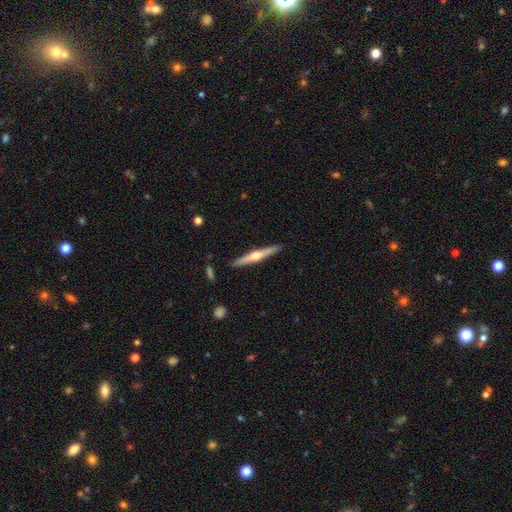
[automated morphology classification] Overall: featured or disk (67%; smooth 28%). Edge-on disk: yes (97%). Edge-on bulge: rounded (92%). Merging: none (91%).